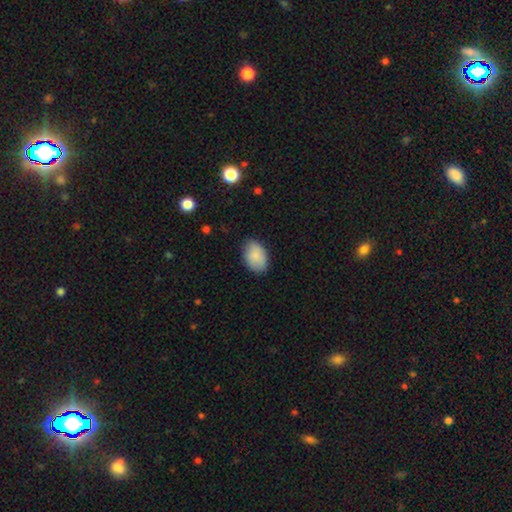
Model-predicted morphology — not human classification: smooth-or-featured: smooth: 86% | featured or disk: 7% | star or artifact: 7%
  how-rounded: in between: 86% | round: 12% | cigar-shaped: 1%
  merging: none: 76% | minor disturbance: 19% | major disturbance: 4% | merger: 1%